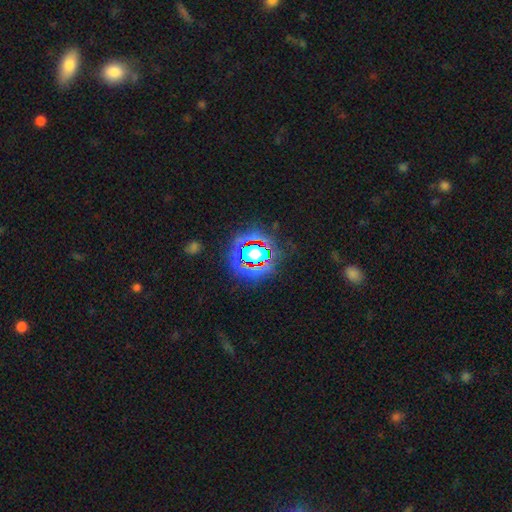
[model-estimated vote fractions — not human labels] Smooth or featured? Predicted: star or artifact (p=0.76).